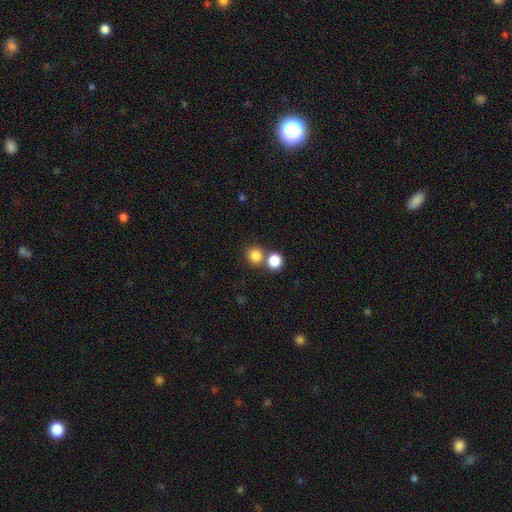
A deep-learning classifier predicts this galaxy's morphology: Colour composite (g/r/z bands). It shows a smooth galaxy with no disk features (82%) that is round (86%). Merging: none (62%).